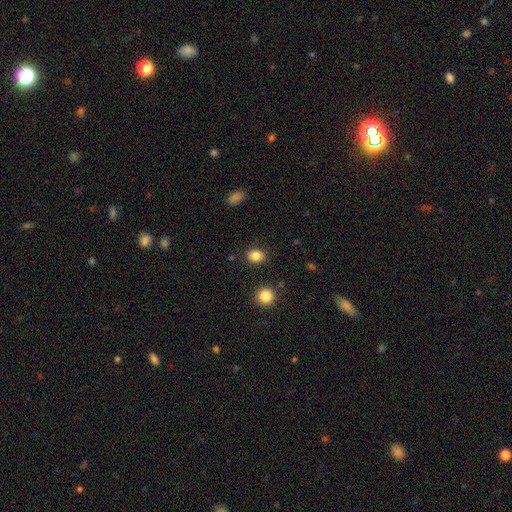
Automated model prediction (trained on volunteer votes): This is clearly a smooth galaxy (84%). How rounded: possibly round (50%). Merging: clearly none (86%).